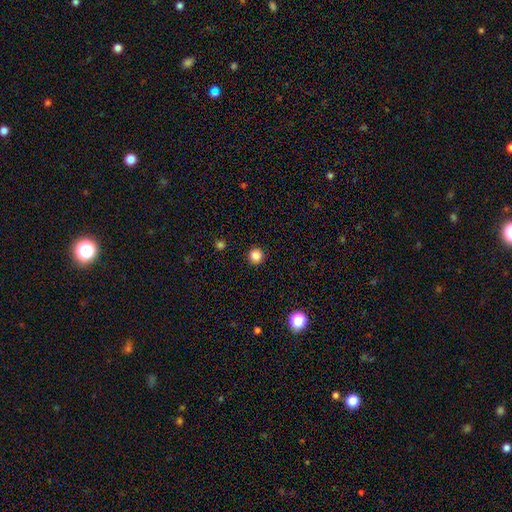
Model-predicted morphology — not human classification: Smooth or featured? Predicted: smooth (p=0.86). How rounded? Predicted: round (p=0.95). Merging? Predicted: none (p=0.93).